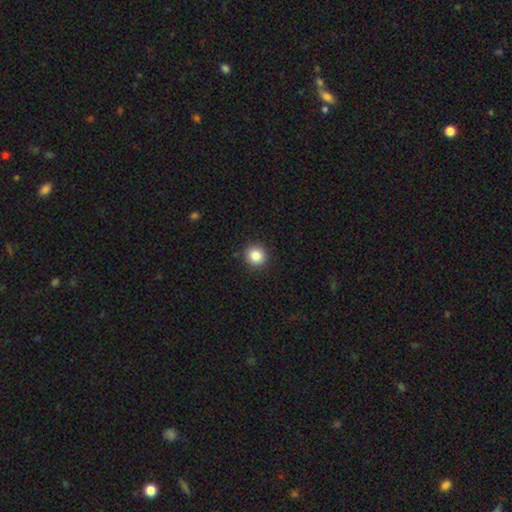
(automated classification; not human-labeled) Smooth or featured?
  - smooth: 86% *
  - star or artifact: 10%
  - featured or disk: 4%
How rounded?
  - round: 94% *
  - in between: 5%
  - cigar-shaped: 1%
Merging?
  - none: 92% *
  - minor disturbance: 6%
  - major disturbance: 2%
  - merger: 1%